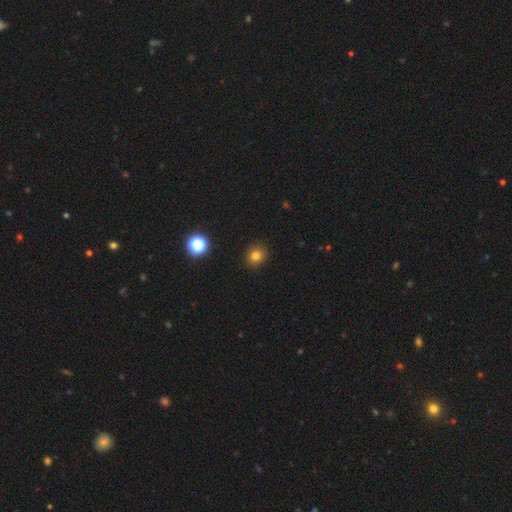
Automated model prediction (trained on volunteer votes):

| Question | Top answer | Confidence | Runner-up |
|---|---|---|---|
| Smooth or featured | smooth | 79% | star or artifact (15%) |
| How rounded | round | 81% | in between (18%) |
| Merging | none | 91% | minor disturbance (6%) |